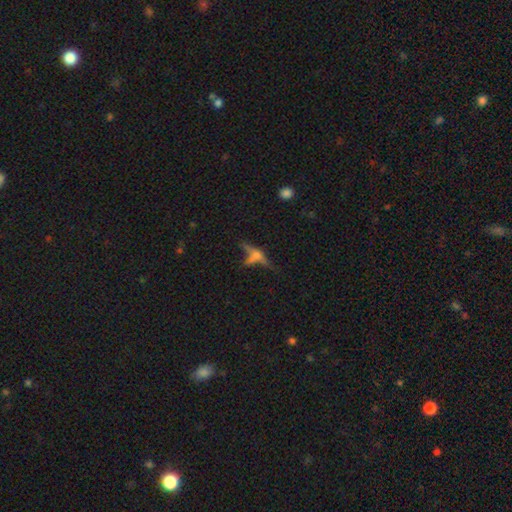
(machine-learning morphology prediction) featured or disk 46%, smooth 36%, star or artifact 18%. Down the decision tree: merging — none (52%).